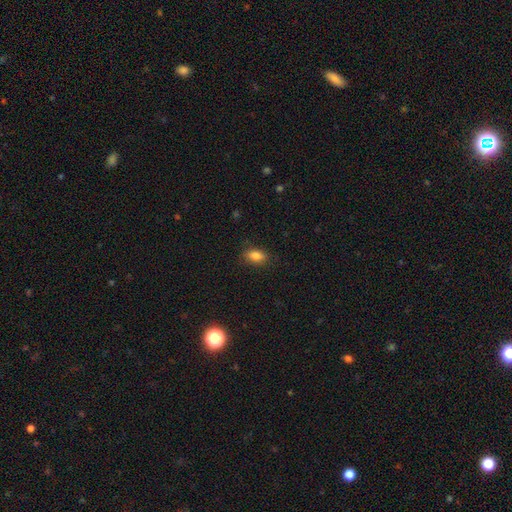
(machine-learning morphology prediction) smooth 84%, star or artifact 9%, featured or disk 6%. Down the decision tree: how rounded — in between (85%); merging — none (84%).